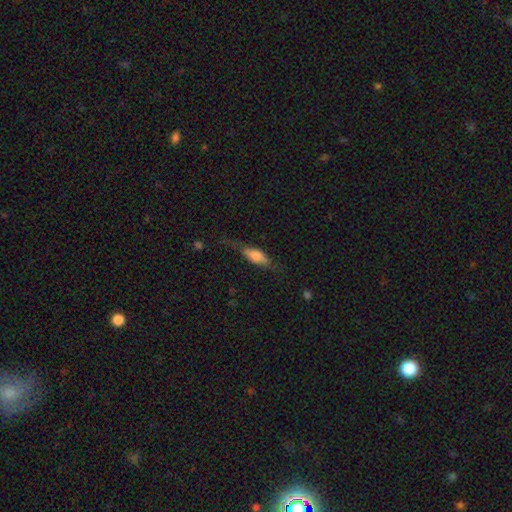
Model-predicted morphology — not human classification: A smooth galaxy with no disk features (60%) that is in between round and cigar-shaped (61%).

Vote fractions:
- Smooth or featured? smooth: 60% / featured or disk: 33% / star or artifact: 7%
- How rounded? in between: 61% / cigar-shaped: 35% / round: 4%
- Merging? none: 58% / minor disturbance: 27% / major disturbance: 14% / merger: 2%